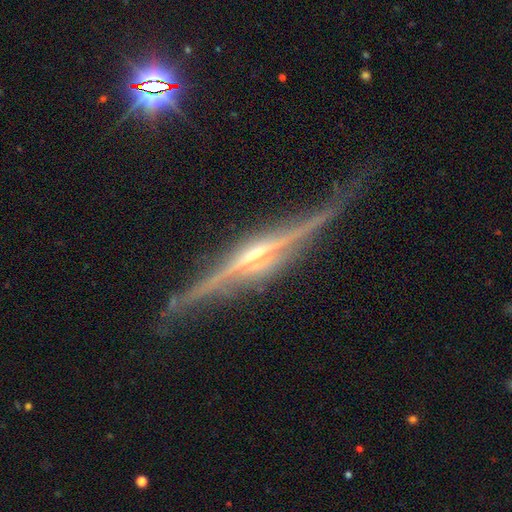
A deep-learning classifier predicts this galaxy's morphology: Smooth or featured: featured or disk — 90% (star or artifact — 5%)
Edge-on disk: yes — 98% (no — 2%)
Edge-on bulge: rounded — 73% (boxy — 14%)
Merging: none — 85% (minor disturbance — 11%)